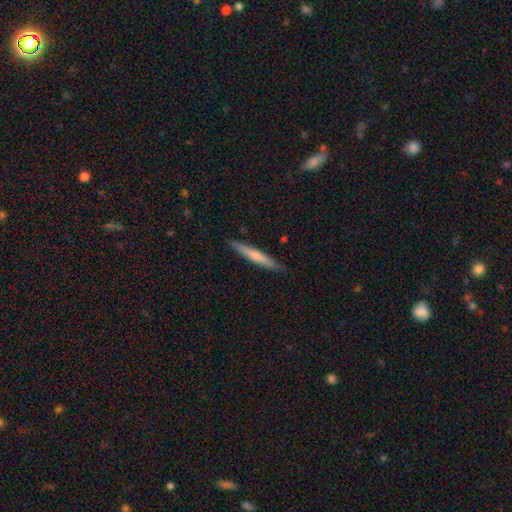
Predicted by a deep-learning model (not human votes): Overall: smooth (59%; featured or disk 36%). How rounded: cigar-shaped (95%). Merging: none (88%).